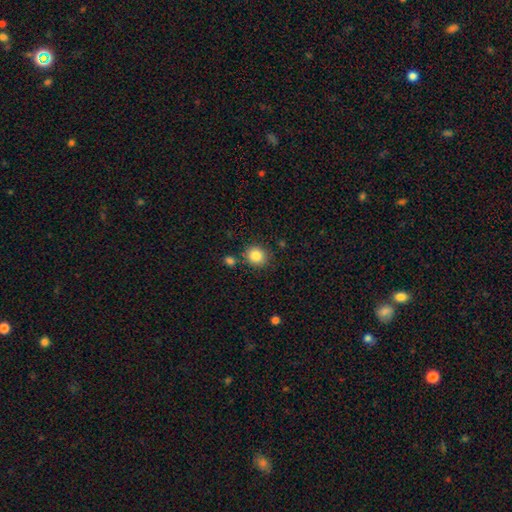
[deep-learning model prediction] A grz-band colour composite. It shows a smooth galaxy with no disk features (86%) that is round (80%). Merging: none (81%).